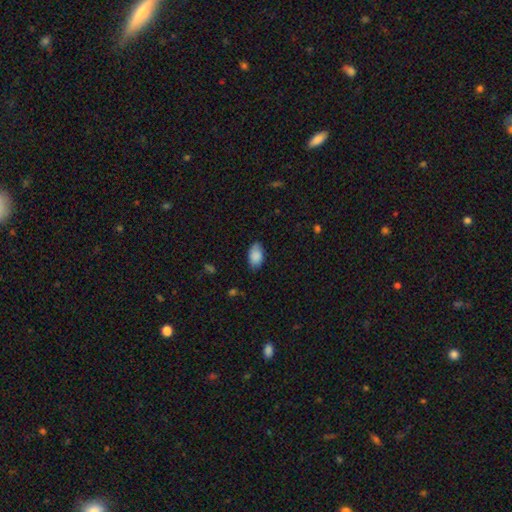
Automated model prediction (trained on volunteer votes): Morphology: type=smooth (88%); roundness=in between (93%); merging=none (79%).